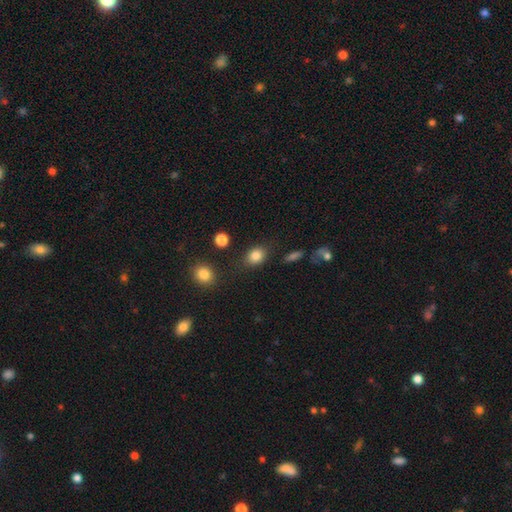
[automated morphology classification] smooth-or-featured: smooth: 84% | star or artifact: 10% | featured or disk: 6%
  how-rounded: in between: 57% | round: 41% | cigar-shaped: 1%
  merging: none: 79% | minor disturbance: 13% | major disturbance: 4% | merger: 4%